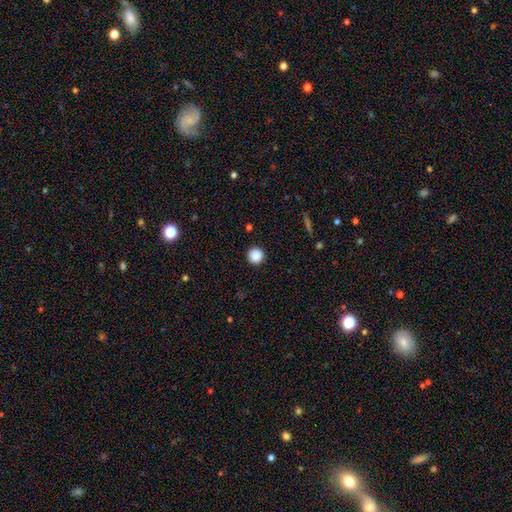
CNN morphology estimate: The model was most divided on "smooth or featured": smooth: 88%, star or artifact: 9%, featured or disk: 3%. More confident: how rounded — round (96%); merging — none (93%).